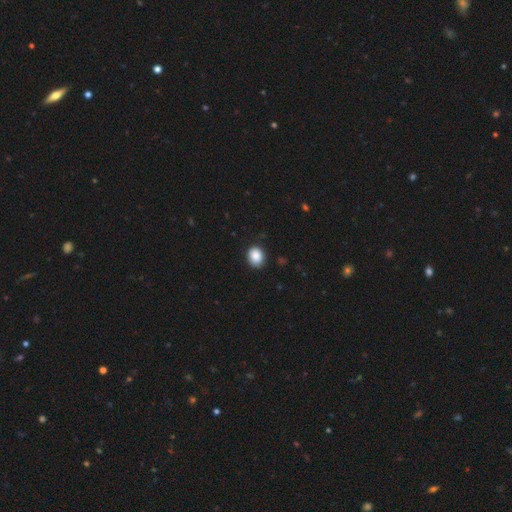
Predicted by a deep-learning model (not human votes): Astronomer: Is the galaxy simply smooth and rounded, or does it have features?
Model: smooth — 88%.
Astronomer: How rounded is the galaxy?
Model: round — 56% (runner-up: in between, 44%).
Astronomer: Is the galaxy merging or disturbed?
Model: none — 88%.